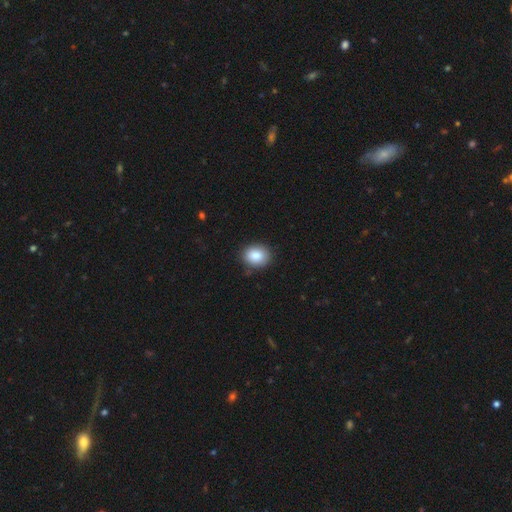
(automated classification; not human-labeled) A smooth galaxy with no disk features (86%) that is round (56%).

Vote fractions:
- Smooth or featured? smooth: 86% / star or artifact: 8% / featured or disk: 6%
- How rounded? round: 56% / in between: 43% / cigar-shaped: 1%
- Merging? none: 85% / minor disturbance: 11% / major disturbance: 2% / merger: 1%